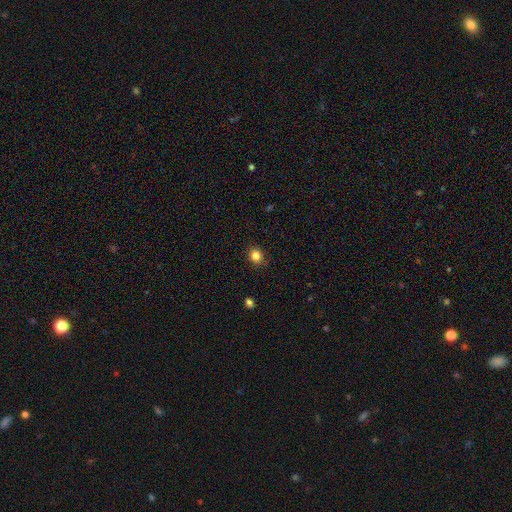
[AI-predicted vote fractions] Smooth or featured: smooth — 84% (star or artifact — 12%)
How rounded: round — 74% (in between — 25%)
Merging: none — 89% (minor disturbance — 8%)